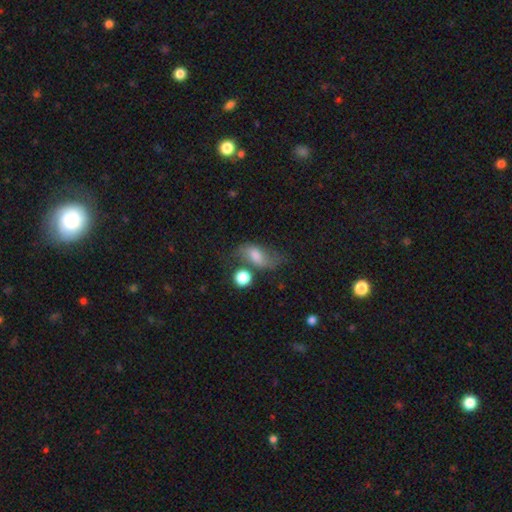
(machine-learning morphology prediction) Smooth or featured?
  - smooth: 57% *
  - featured or disk: 33%
  - star or artifact: 10%
How rounded?
  - in between: 80% *
  - round: 14%
  - cigar-shaped: 6%
Merging?
  - none: 41% *
  - minor disturbance: 24%
  - major disturbance: 19%
  - merger: 15%